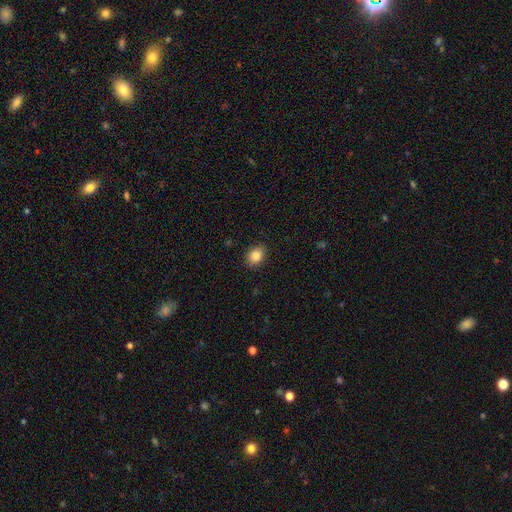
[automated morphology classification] This is clearly a smooth galaxy (86%). How rounded: possibly in between (57%). Merging: clearly none (88%).